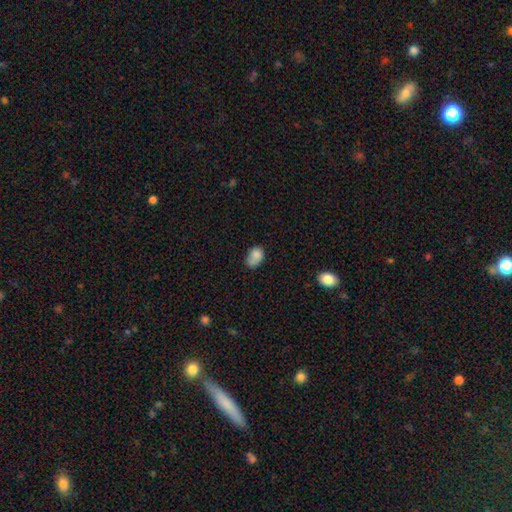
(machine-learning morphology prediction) smooth 82%, featured or disk 10%, star or artifact 9%. Down the decision tree: how rounded — in between (79%); merging — none (47%).